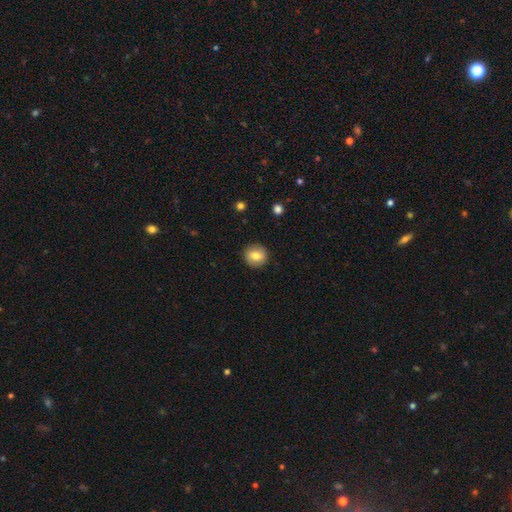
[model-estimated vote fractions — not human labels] smooth-or-featured: smooth: 78% | featured or disk: 13% | star or artifact: 8%
  how-rounded: round: 89% | in between: 10% | cigar-shaped: 1%
  merging: none: 90% | minor disturbance: 7% | major disturbance: 2% | merger: 1%